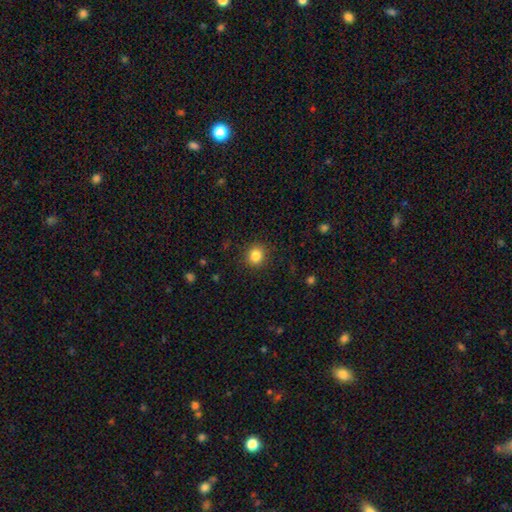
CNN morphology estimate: Smooth or featured? Predicted: smooth (p=0.84). How rounded? Predicted: round (p=0.85). Merging? Predicted: none (p=0.89).